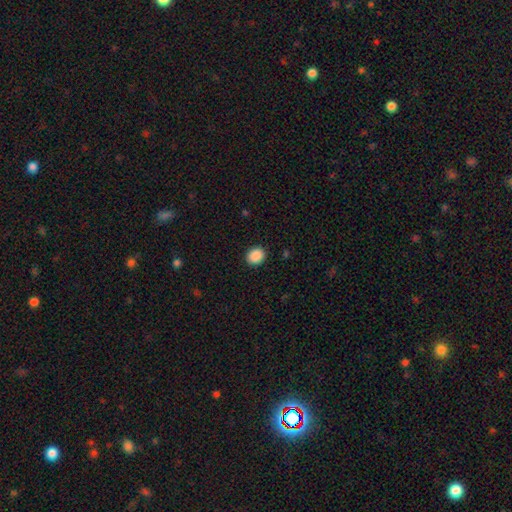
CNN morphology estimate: Smooth or featured?
  - smooth: 89% *
  - star or artifact: 8%
  - featured or disk: 2%
How rounded?
  - round: 61% *
  - in between: 38%
  - cigar-shaped: 1%
Merging?
  - none: 90% *
  - minor disturbance: 7%
  - major disturbance: 2%
  - merger: 1%